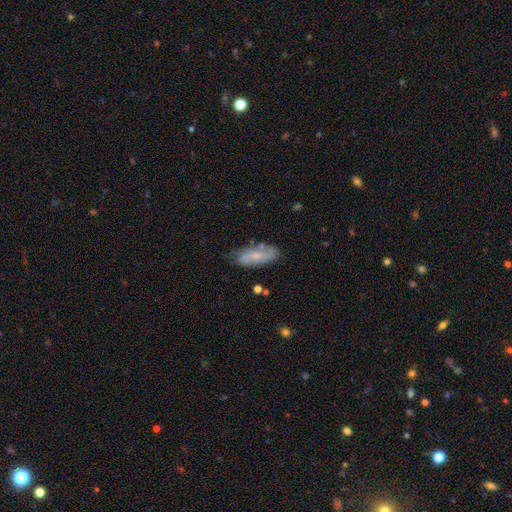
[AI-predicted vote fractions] Overall: featured or disk (48%; smooth 45%). Merging: none (68%).